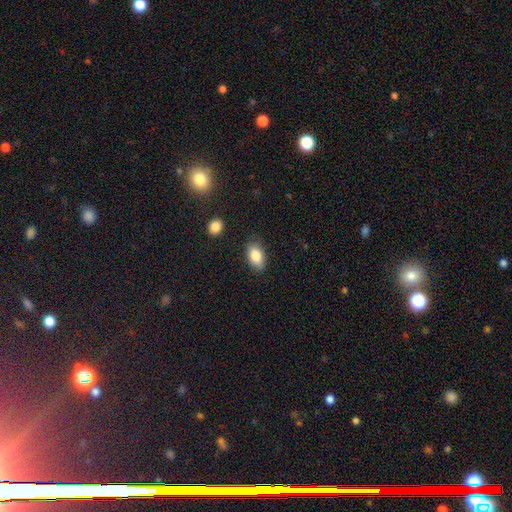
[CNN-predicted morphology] Q: Smooth or featured?
A: smooth (84%); runner-up: featured or disk (8%)
Q: How rounded?
A: in between (91%); runner-up: round (6%)
Q: Merging?
A: none (82%); runner-up: minor disturbance (13%)